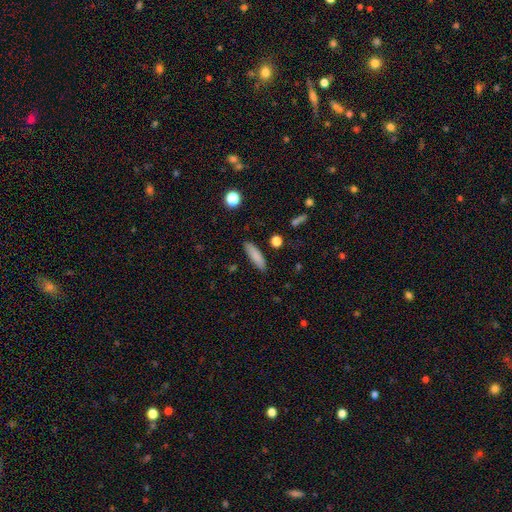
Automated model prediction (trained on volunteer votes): This is clearly a smooth galaxy (84%). How rounded: likely cigar-shaped (60%). Merging: clearly none (87%).